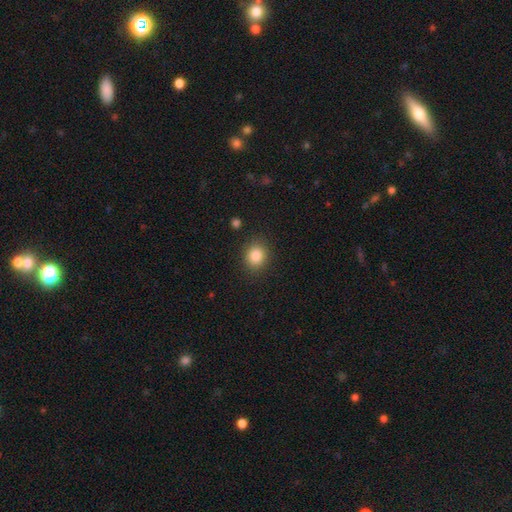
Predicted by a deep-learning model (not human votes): Overall: smooth (85%). How rounded: round (67%; in between 32%). Merging: none (87%).